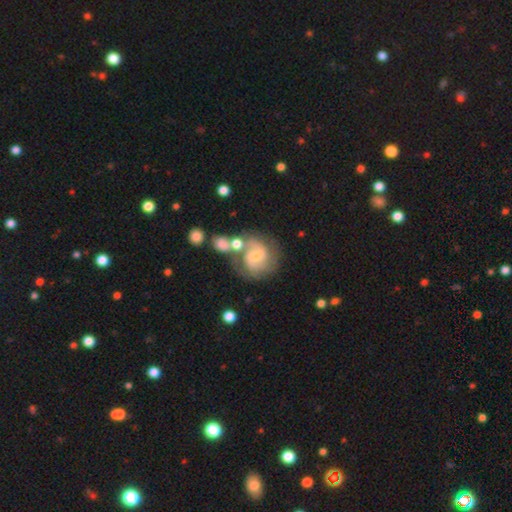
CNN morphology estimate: A featured or disk galaxy (74%) with no bar (45%, tied with weak), 2 (70%) medium (48%) spiral arms (91%) and a small central bulge (61%). Merging: none (44%).